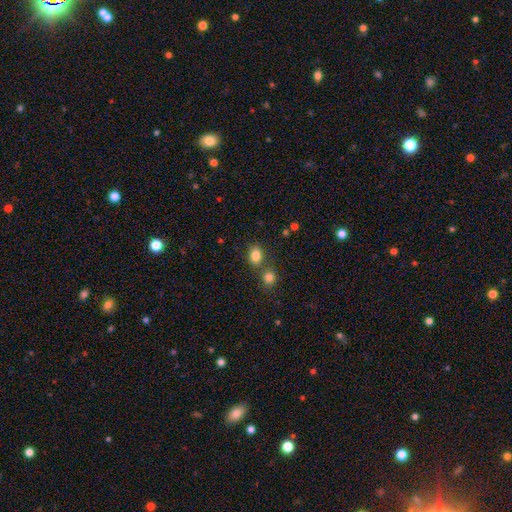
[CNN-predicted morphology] smooth 83%, star or artifact 11%, featured or disk 6%. Down the decision tree: how rounded — in between (57%); merging — none (62%).